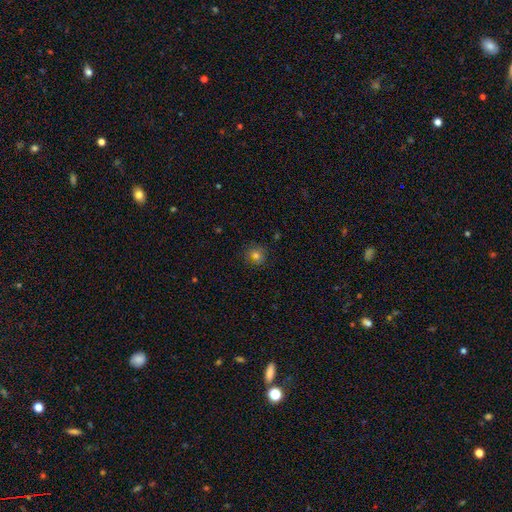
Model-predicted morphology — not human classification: Smooth or featured? Predicted: smooth (p=0.75). How rounded? Predicted: round (p=0.88). Merging? Predicted: none (p=0.84).